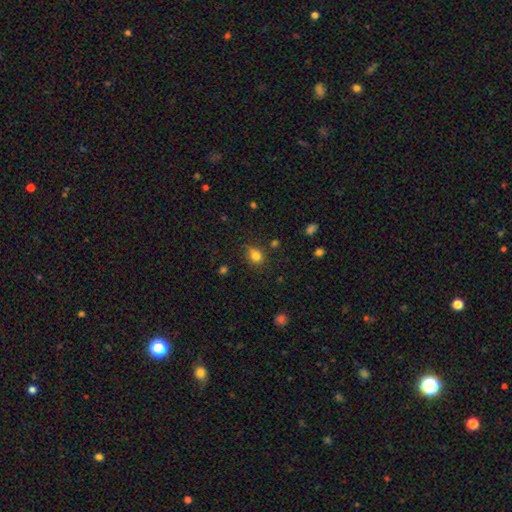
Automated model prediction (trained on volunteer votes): This appears to be a smooth galaxy with no disk features (82%) that is round (63%). Merging: none (80%).